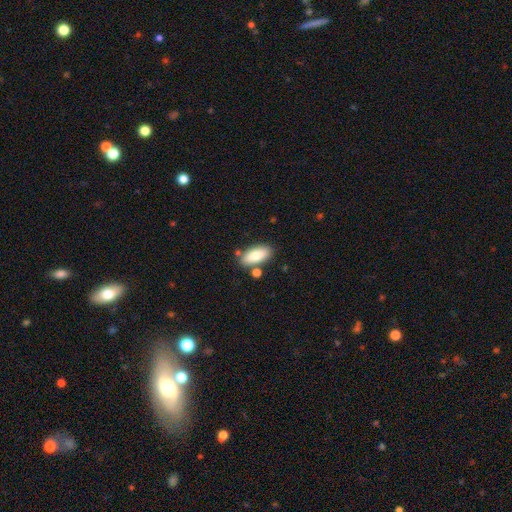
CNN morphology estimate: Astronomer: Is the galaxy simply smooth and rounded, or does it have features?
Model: smooth — 81%.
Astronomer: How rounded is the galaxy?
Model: in between — 86%.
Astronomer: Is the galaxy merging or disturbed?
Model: none — 77%.